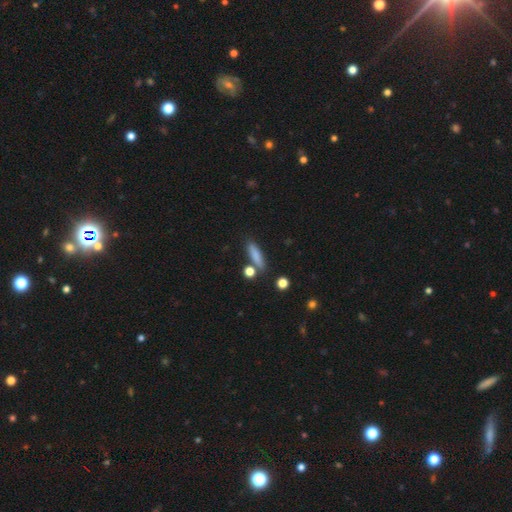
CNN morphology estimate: Smooth or featured?
  - smooth: 80% *
  - featured or disk: 12%
  - star or artifact: 9%
How rounded?
  - cigar-shaped: 68% *
  - in between: 27%
  - round: 5%
Merging?
  - none: 75% *
  - minor disturbance: 13%
  - merger: 9%
  - major disturbance: 4%